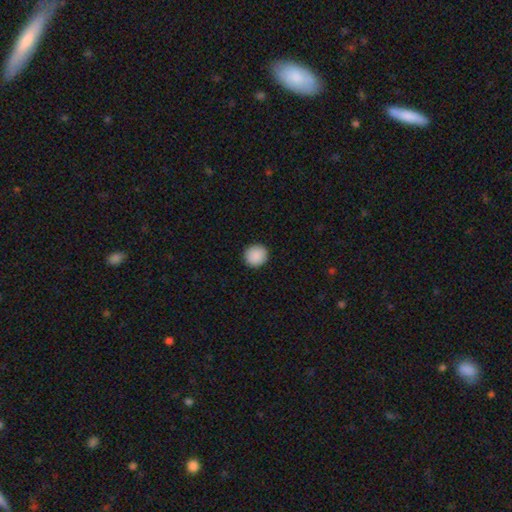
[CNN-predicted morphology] Smooth or featured? smooth (90%)
How rounded? round (92%)
Merging? none (92%)